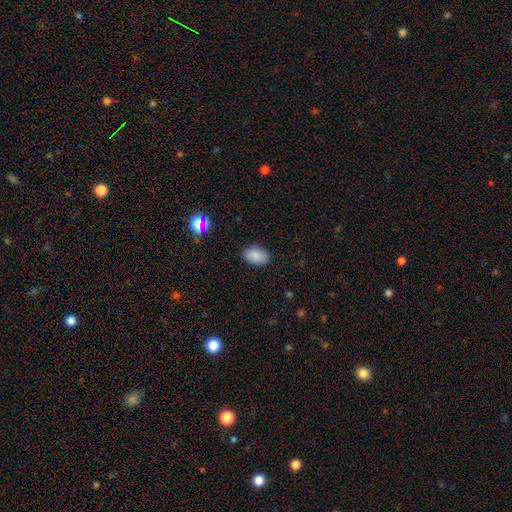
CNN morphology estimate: This appears to be a smooth galaxy with no disk features (85%) that is in between round and cigar-shaped (88%). Merging: none (85%).